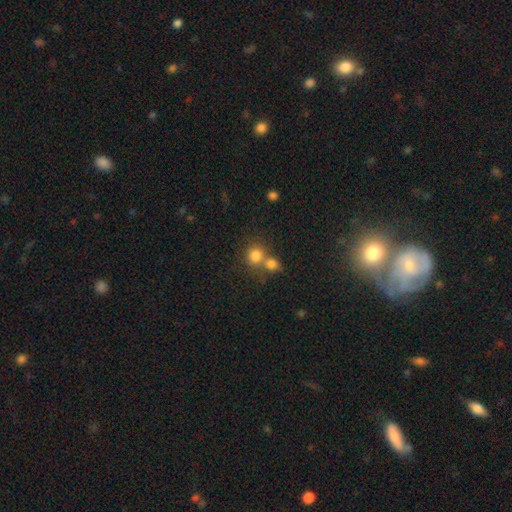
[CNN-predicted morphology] This appears to be a smooth galaxy with no disk features (80%) that is round (83%). Merging: merger (45%, tied with none).